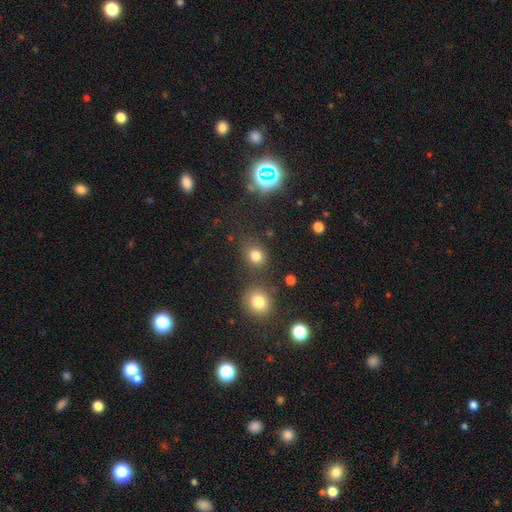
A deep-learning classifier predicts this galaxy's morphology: smooth-or-featured: smooth: 75% | star or artifact: 18% | featured or disk: 7%
  how-rounded: round: 68% | in between: 31% | cigar-shaped: 1%
  merging: none: 75% | minor disturbance: 11% | merger: 10% | major disturbance: 4%